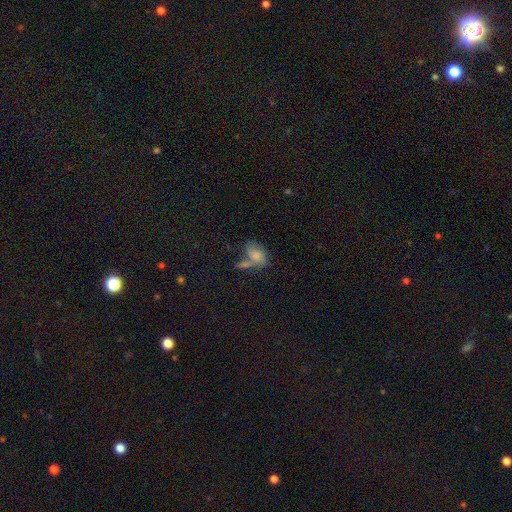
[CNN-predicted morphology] Smooth or featured? smooth (69%)
How rounded? in between (85%)
Merging? merger (35%)